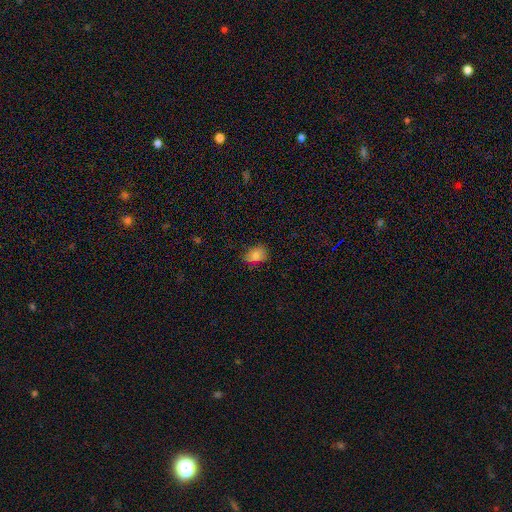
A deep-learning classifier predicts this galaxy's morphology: smooth 79%, star or artifact 12%, featured or disk 9%. Down the decision tree: how rounded — in between (69%); merging — none (68%).